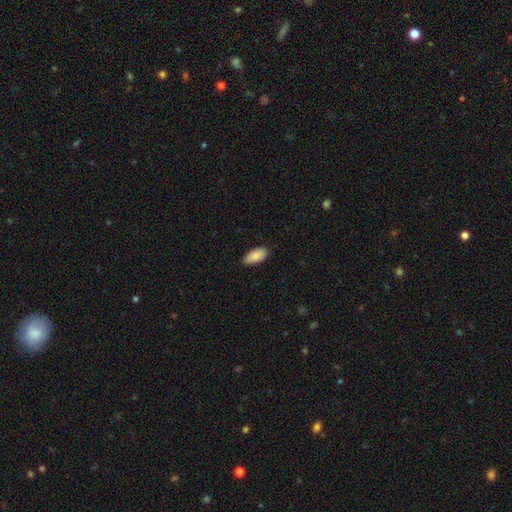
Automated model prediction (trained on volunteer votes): This is clearly a smooth galaxy (85%). How rounded: clearly in between (92%). Merging: clearly none (82%).